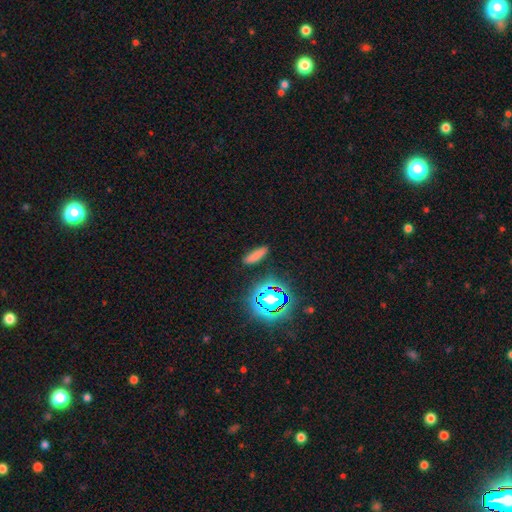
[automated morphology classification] Smooth or featured? Predicted: smooth (p=0.72). How rounded? Predicted: cigar-shaped (p=0.57). Merging? Predicted: none (p=0.86).